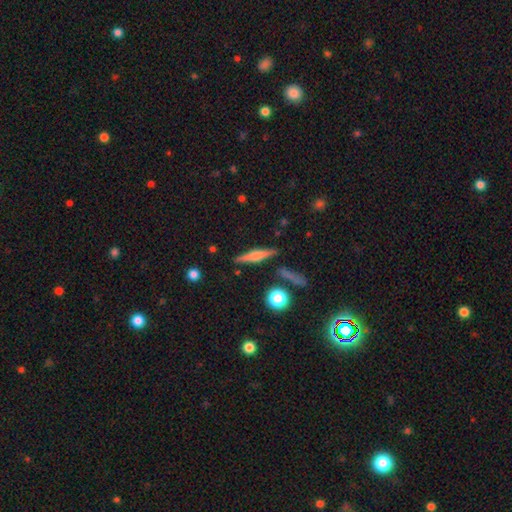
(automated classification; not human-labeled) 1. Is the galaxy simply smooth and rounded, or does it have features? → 57% featured or disk, 35% smooth, 8% star or artifact.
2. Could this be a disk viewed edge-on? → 96% yes, 4% no.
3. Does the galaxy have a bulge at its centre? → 71% rounded, 18% boxy, 11% none.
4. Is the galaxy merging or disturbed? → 84% none, 9% minor disturbance, 4% merger, 3% major disturbance.